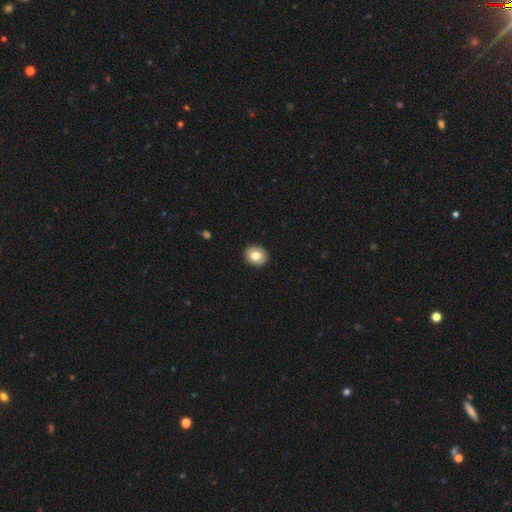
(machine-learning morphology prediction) Overall: smooth (79%). How rounded: round (69%; in between 30%). Merging: none (91%).